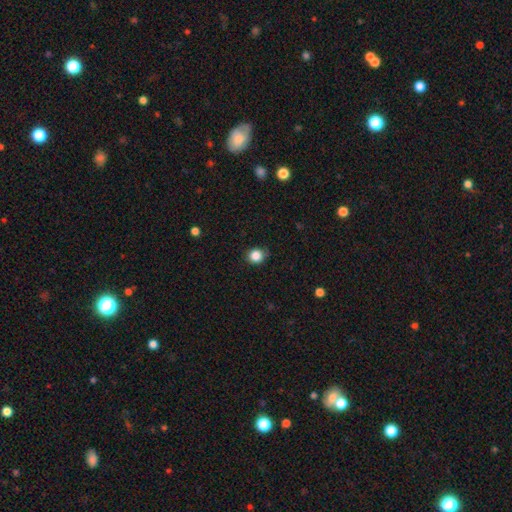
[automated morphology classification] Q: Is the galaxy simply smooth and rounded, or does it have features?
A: smooth — 86%.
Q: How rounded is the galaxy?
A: round — 85%.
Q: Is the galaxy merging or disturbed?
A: none — 80%.